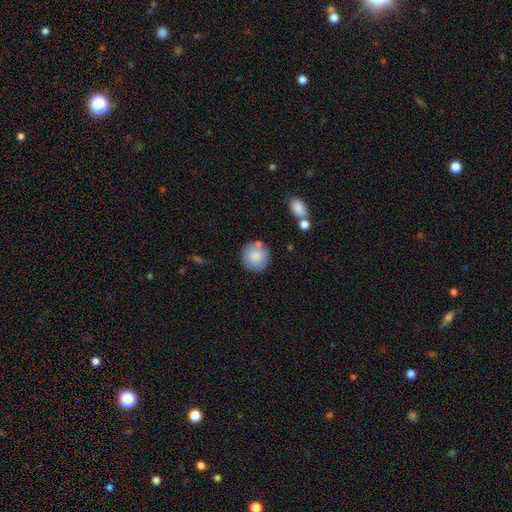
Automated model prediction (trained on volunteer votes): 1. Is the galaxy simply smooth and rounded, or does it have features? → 83% smooth, 9% featured or disk, 7% star or artifact.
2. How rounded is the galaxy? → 94% round, 5% in between, 1% cigar-shaped.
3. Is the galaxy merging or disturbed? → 79% none, 11% minor disturbance, 7% merger, 3% major disturbance.